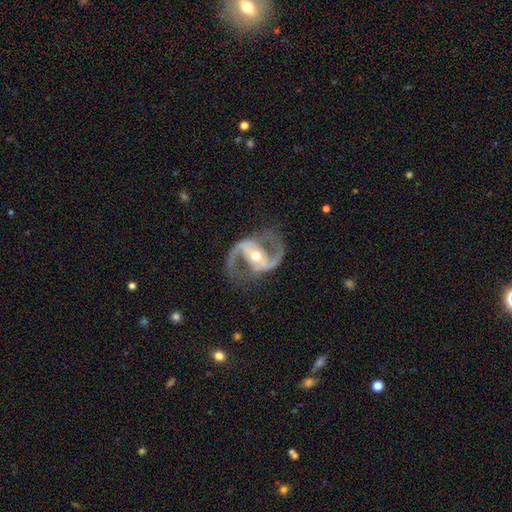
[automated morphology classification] smooth-or-featured: featured or disk: 93% | star or artifact: 4% | smooth: 3%
  disk-edge-on: no: 98% | yes: 2%
    bar: strong: 47% | weak: 32% | no: 21%
    has-spiral-arms: yes: 97% | no: 3%
      spiral-winding: medium: 56% | loose: 33% | tight: 11%
      spiral-arm-count: 2: 94% | can't tell: 1% | 1: 1% | 3: 1% | 4: 1% | more than 4: 1%
    bulge-size: moderate: 67% | small: 27% | large: 4% | none: 1% | dominant: 1%
  merging: none: 80% | minor disturbance: 11% | major disturbance: 7% | merger: 1%